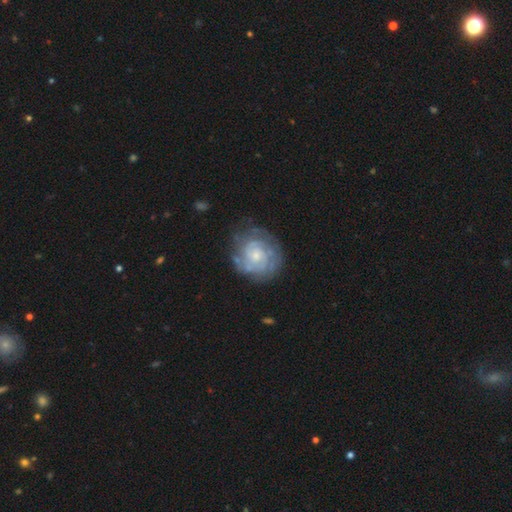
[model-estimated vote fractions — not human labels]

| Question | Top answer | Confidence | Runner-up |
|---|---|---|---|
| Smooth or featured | featured or disk | 78% | smooth (16%) |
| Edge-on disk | no | 98% | yes (2%) |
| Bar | no | 74% | weak (22%) |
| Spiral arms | yes | 89% | no (11%) |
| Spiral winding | tight | 72% | medium (22%) |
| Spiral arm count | can't tell | 42% | 2 (29%) |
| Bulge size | small | 60% | moderate (32%) |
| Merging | none | 70% | minor disturbance (19%) |